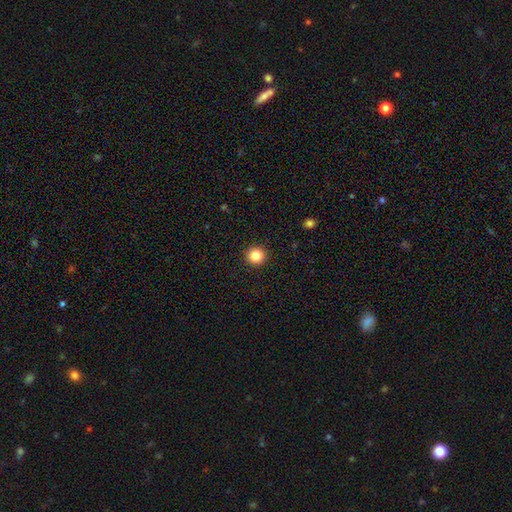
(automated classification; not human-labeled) Morphology: type=smooth (85%); roundness=round (95%); merging=none (93%).